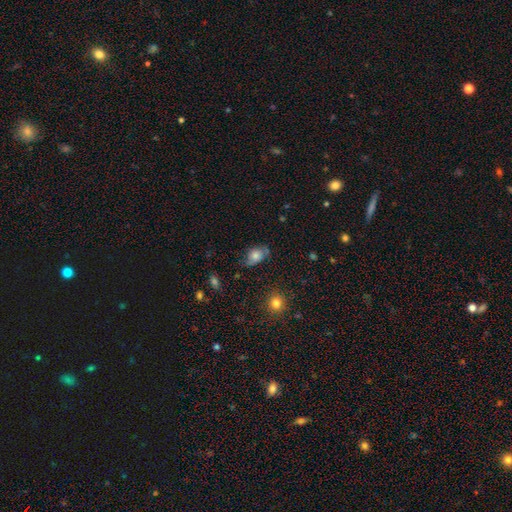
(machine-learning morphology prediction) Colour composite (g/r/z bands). It shows a smooth galaxy with no disk features (62%) that is in between round and cigar-shaped (74%). Merging: none (57%).